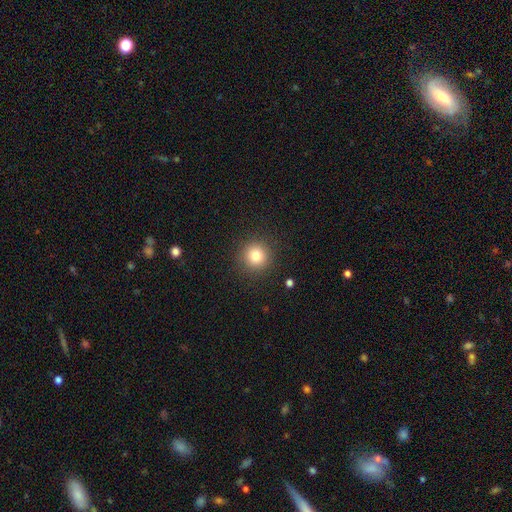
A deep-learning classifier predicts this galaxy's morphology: smooth-or-featured: smooth: 81% | star or artifact: 12% | featured or disk: 7%
  how-rounded: round: 94% | in between: 5% | cigar-shaped: 1%
  merging: none: 91% | minor disturbance: 6% | major disturbance: 2% | merger: 1%